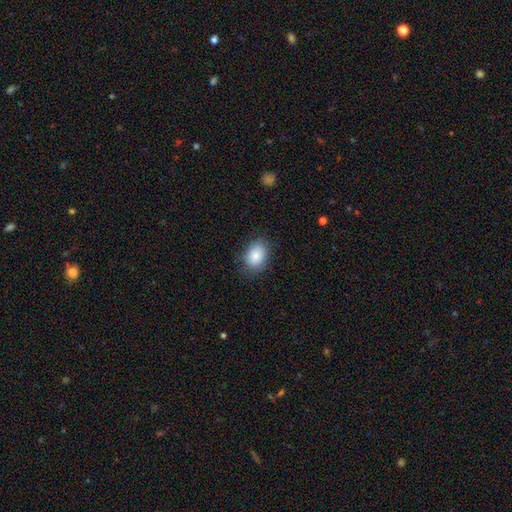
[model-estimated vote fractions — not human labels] Morphology: type=smooth (85%); roundness=in between (68%); merging=none (81%).